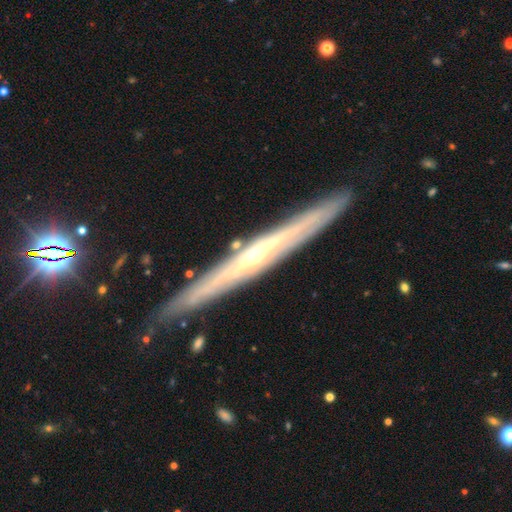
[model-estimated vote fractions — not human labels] This appears to be a featured or disk galaxy (80%) viewed edge-on (94%) with a rounded central bulge (63%). Merging: none (89%).